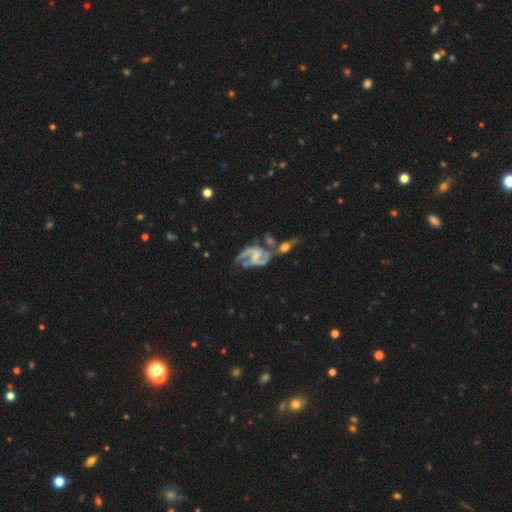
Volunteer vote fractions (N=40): smooth-or-featured: featured or disk: 85% | smooth: 8% | star or artifact: 8%
  disk-edge-on: no: 94% | yes: 6%
    bar: no: 56% | weak: 38% | strong: 6%
    has-spiral-arms: yes: 91% | no: 9%
      spiral-winding: medium: 69% | tight: 17% | loose: 14%
      spiral-arm-count: 2: 79% | can't tell: 17% | 3: 3% | 1: 0% | 4: 0% | more than 4: 0%
    bulge-size: none: 41% | small: 34% | moderate: 22% | large: 3% | dominant: 0%
  merging: none: 41% | minor disturbance: 27% | merger: 19% | major disturbance: 14%